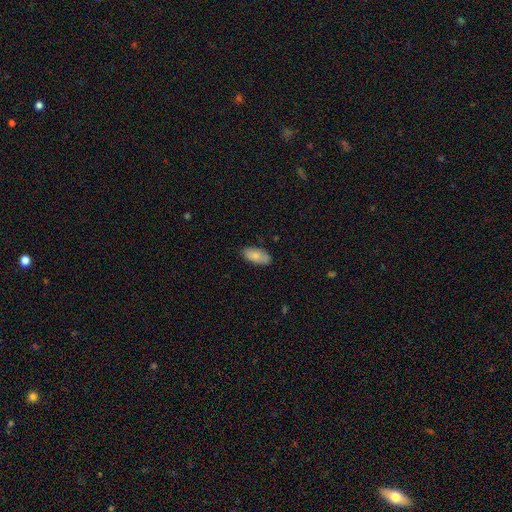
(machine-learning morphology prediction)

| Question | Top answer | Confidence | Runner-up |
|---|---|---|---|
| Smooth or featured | smooth | 83% | featured or disk (11%) |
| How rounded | in between | 92% | cigar-shaped (6%) |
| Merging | none | 85% | minor disturbance (12%) |